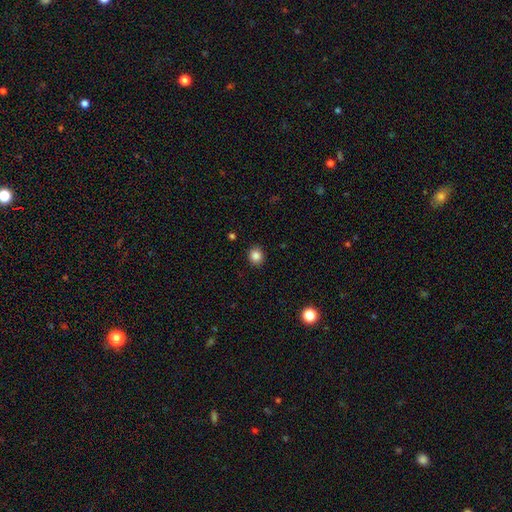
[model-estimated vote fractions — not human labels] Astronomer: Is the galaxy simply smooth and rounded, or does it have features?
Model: smooth — 85%.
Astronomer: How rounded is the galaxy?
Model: round — 80%.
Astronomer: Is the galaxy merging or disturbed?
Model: none — 90%.